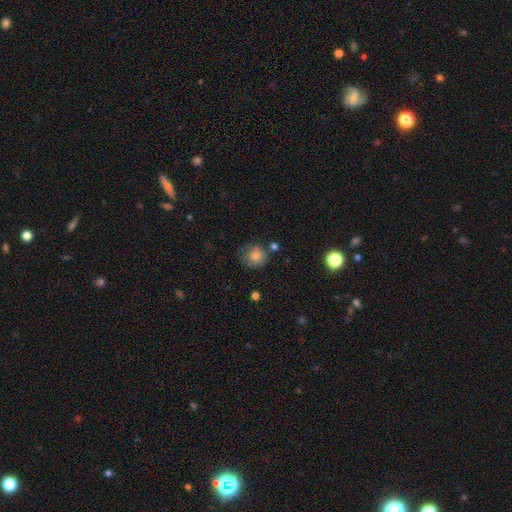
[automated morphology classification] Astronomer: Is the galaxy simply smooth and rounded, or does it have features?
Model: smooth — 77%.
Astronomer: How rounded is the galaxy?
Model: round — 87%.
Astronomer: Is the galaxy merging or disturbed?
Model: none — 65%.